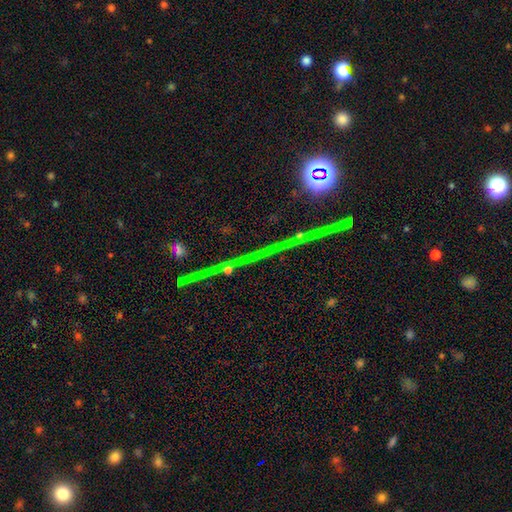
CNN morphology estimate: A star or artifact, not a galaxy (69%).

Vote fractions:
- Smooth or featured? star or artifact: 69% / featured or disk: 21% / smooth: 10%